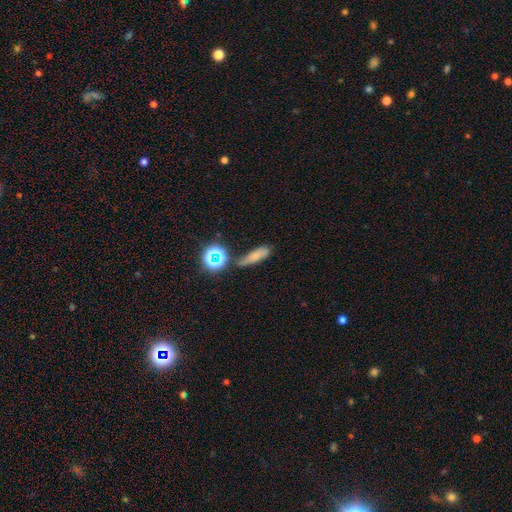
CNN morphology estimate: smooth 65%, featured or disk 18%, star or artifact 17%. Down the decision tree: how rounded — cigar-shaped (49%); merging — none (57%).